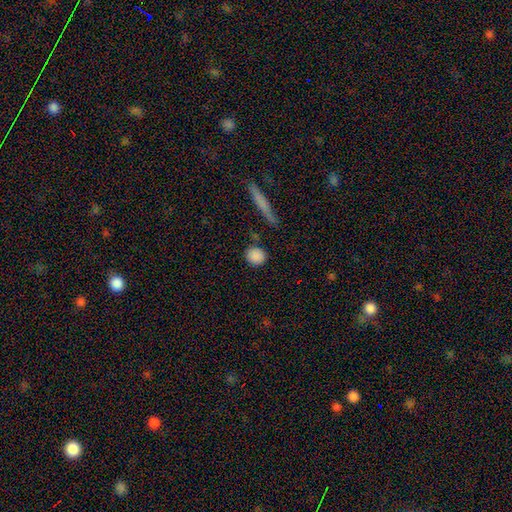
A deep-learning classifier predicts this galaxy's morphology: A smooth galaxy with no disk features (87%) that is round (88%).

Vote fractions:
- Smooth or featured? smooth: 87% / star or artifact: 8% / featured or disk: 5%
- How rounded? round: 88% / in between: 10% / cigar-shaped: 2%
- Merging? none: 84% / minor disturbance: 9% / merger: 4% / major disturbance: 3%